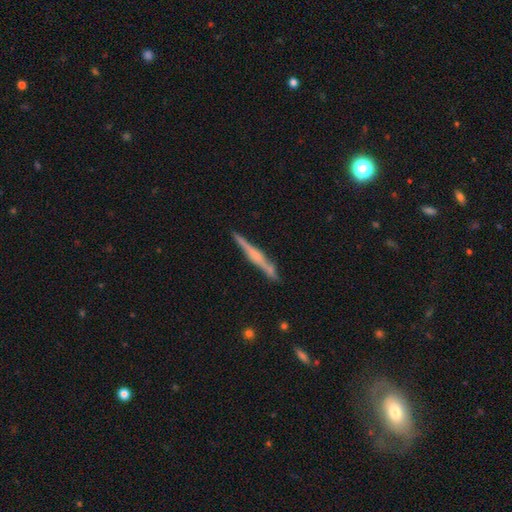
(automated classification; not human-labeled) Overall: featured or disk (66%; smooth 28%). Edge-on disk: yes (97%). Edge-on bulge: rounded (41%; none 32%). Merging: none (84%).